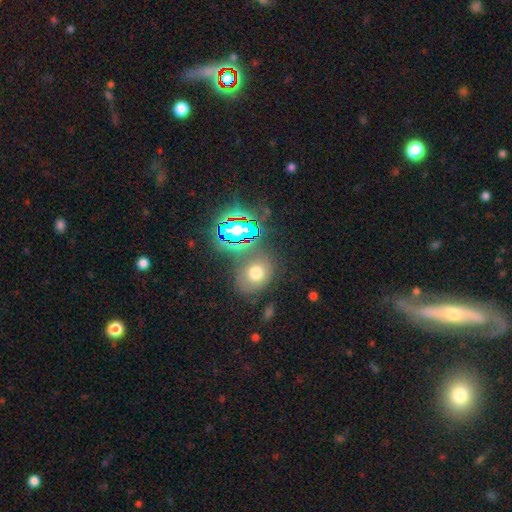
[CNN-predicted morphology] Smooth or featured? Predicted: star or artifact (p=0.49).